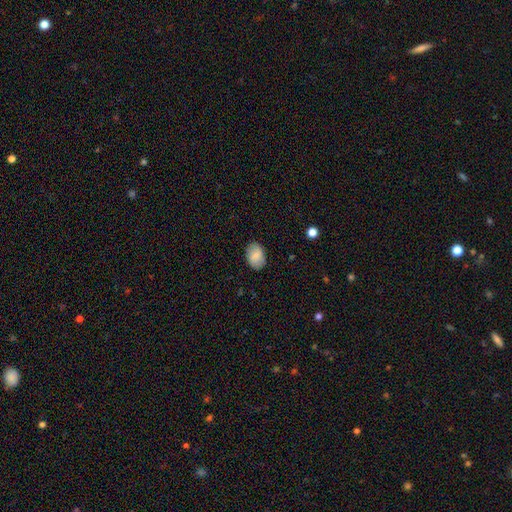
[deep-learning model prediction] Smooth or featured? Predicted: smooth (p=0.83). How rounded? Predicted: in between (p=0.81). Merging? Predicted: none (p=0.86).